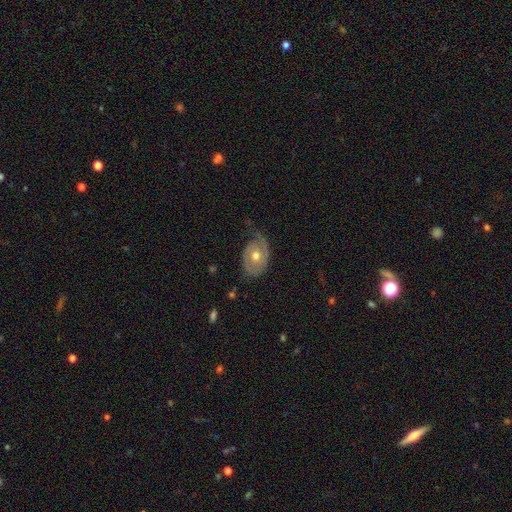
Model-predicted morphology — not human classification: This appears to be a featured or disk galaxy (70%) with no bar (79%), 1 (49%) tight (50%) spiral arms (78%) and a moderate central bulge (77%). Merging: none (48%).